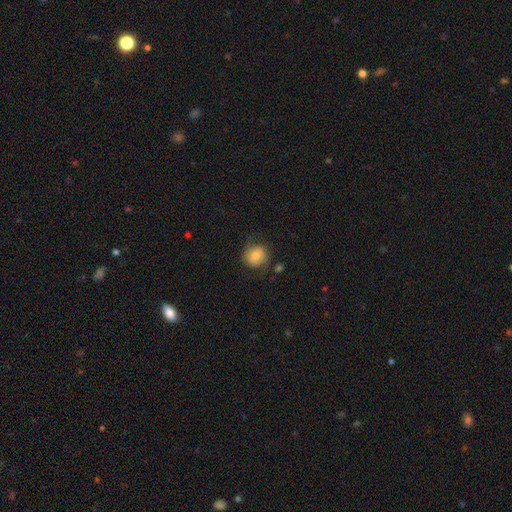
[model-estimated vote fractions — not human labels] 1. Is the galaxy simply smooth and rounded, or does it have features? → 63% smooth, 28% featured or disk, 9% star or artifact.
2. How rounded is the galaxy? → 83% round, 16% in between, 1% cigar-shaped.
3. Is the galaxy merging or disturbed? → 67% none, 20% minor disturbance, 10% major disturbance, 2% merger.